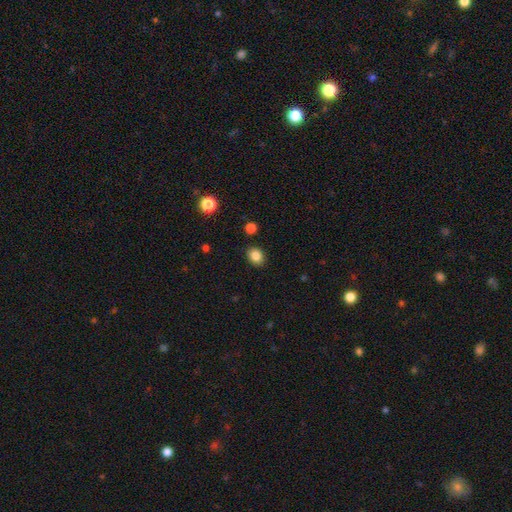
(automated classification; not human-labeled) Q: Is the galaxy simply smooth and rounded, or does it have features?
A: smooth — 85%.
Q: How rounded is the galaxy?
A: in between — 52%.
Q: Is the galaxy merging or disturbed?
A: none — 88%.